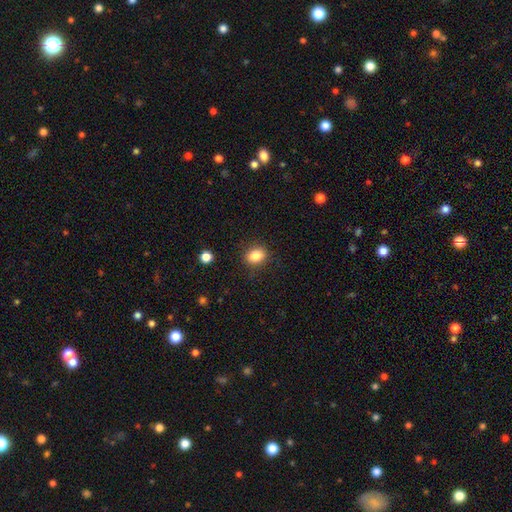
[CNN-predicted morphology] Overall: smooth (83%). How rounded: in between (55%; round 44%). Merging: none (86%).